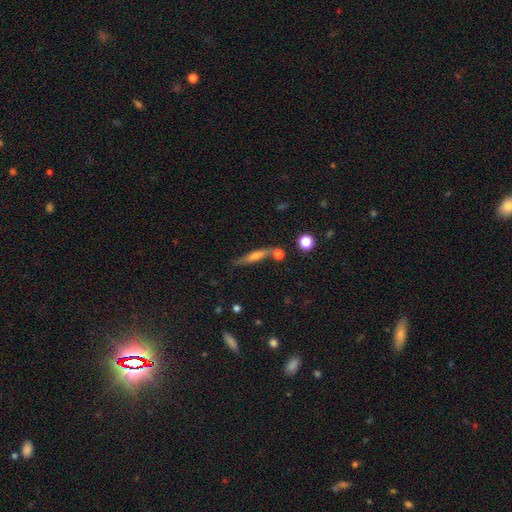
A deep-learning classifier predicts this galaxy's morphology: Q: Smooth or featured?
A: smooth (49%); runner-up: featured or disk (41%)
Q: Merging?
A: none (71%); runner-up: minor disturbance (14%)